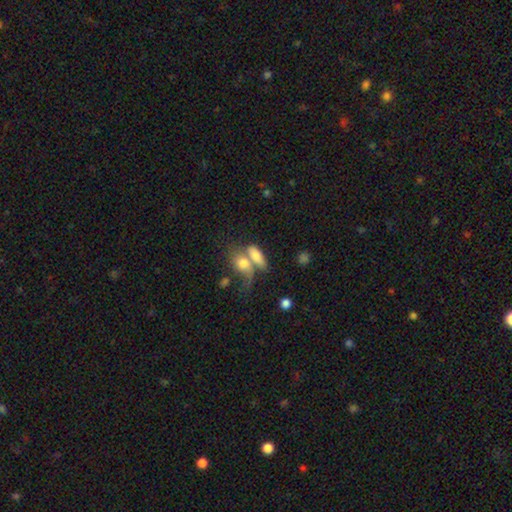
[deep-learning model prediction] Q: Smooth or featured?
A: smooth (72%); runner-up: featured or disk (20%)
Q: How rounded?
A: in between (72%); runner-up: cigar-shaped (18%)
Q: Merging?
A: merger (58%); runner-up: none (25%)